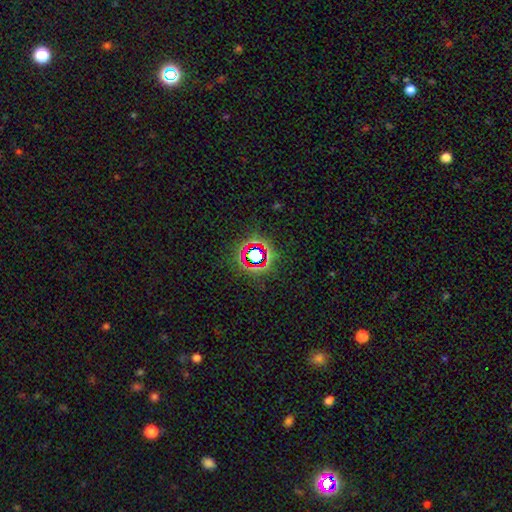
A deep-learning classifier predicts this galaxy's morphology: Smooth or featured? star or artifact (70%)